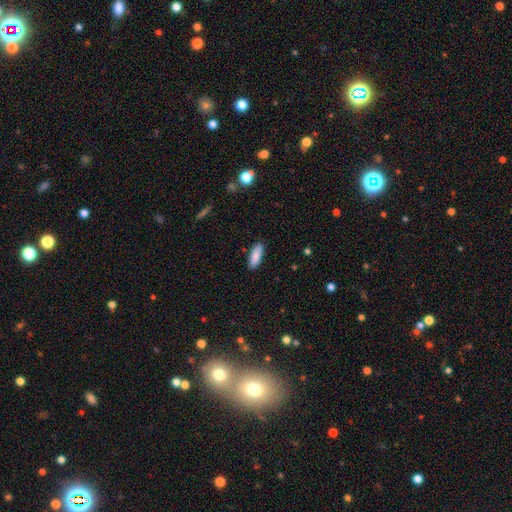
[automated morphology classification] Smooth or featured: smooth — 87% (featured or disk — 7%)
How rounded: in between — 61% (cigar-shaped — 37%)
Merging: none — 89% (minor disturbance — 8%)